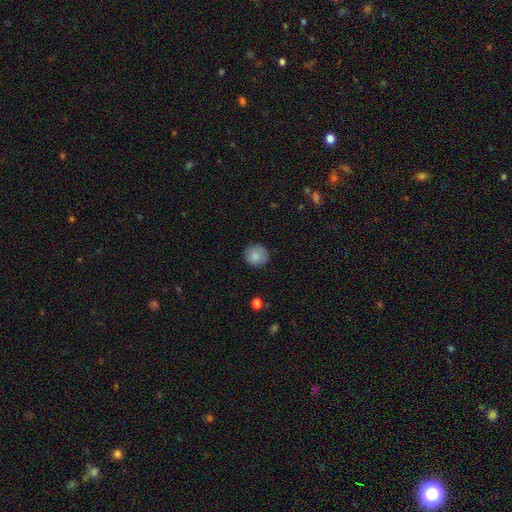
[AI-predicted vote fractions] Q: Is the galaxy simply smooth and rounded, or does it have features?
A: smooth — 87%.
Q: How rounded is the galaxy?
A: round — 92%.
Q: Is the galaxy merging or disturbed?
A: none — 88%.